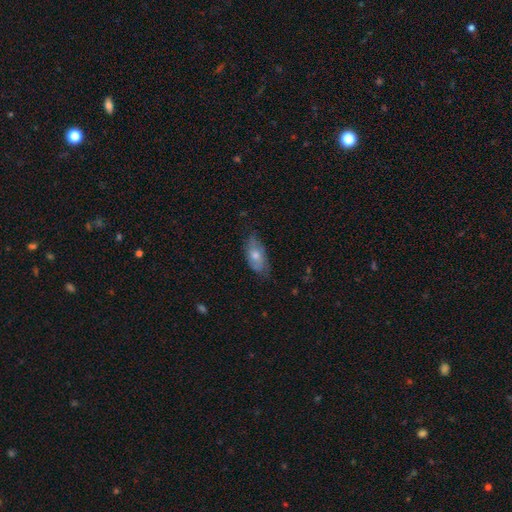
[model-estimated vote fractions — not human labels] smooth-or-featured: smooth: 63% | featured or disk: 31% | star or artifact: 6%
  how-rounded: in between: 88% | cigar-shaped: 8% | round: 4%
  merging: none: 65% | minor disturbance: 27% | major disturbance: 7% | merger: 2%